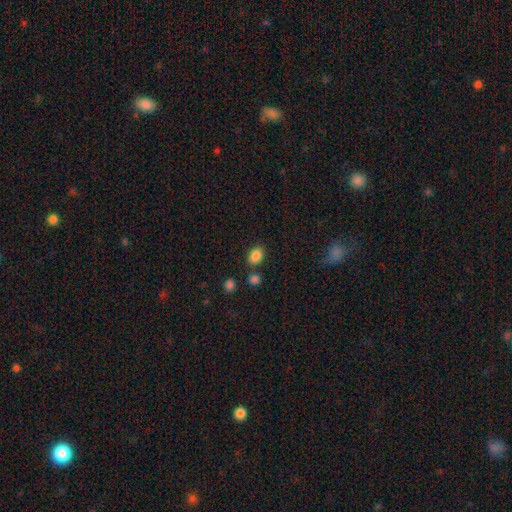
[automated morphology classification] type=smooth (86%); roundness=in between (69%); merging=none (76%).